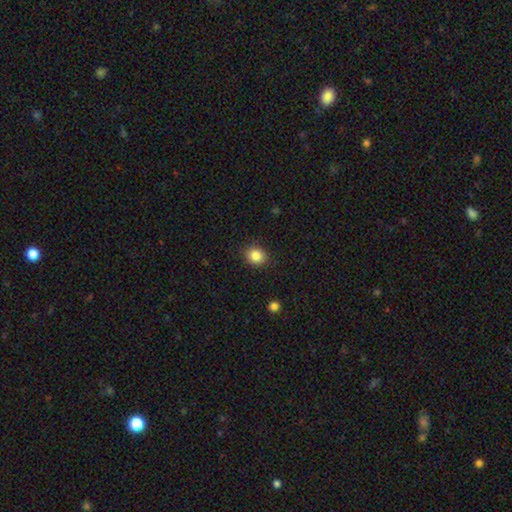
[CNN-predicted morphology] This is clearly a smooth galaxy (85%). How rounded: likely round (72%). Merging: clearly none (89%).